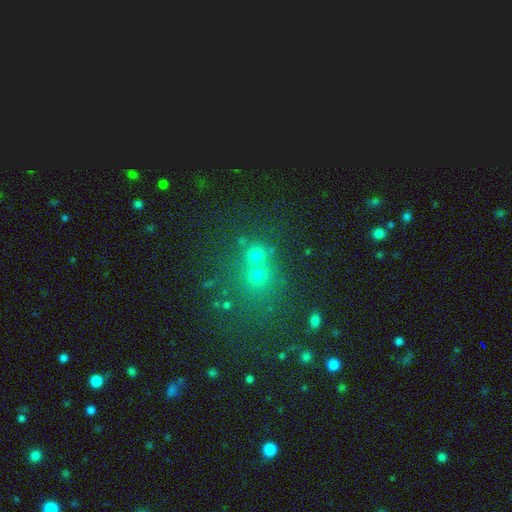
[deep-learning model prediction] Morphology: type=smooth (66%); roundness=round (87%); merging=none (55%).